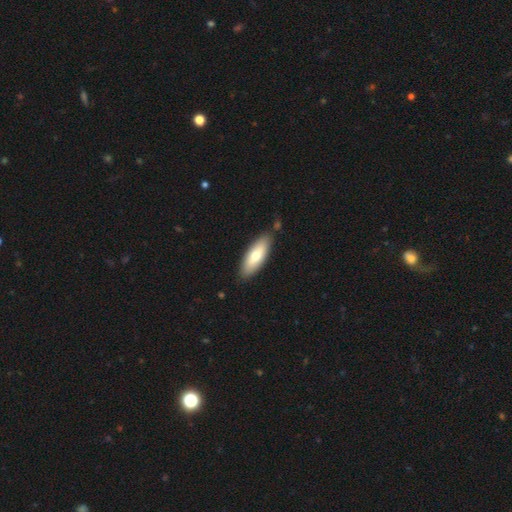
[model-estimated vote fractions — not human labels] Smooth or featured? smooth (68%)
How rounded? in between (66%)
Merging? none (84%)